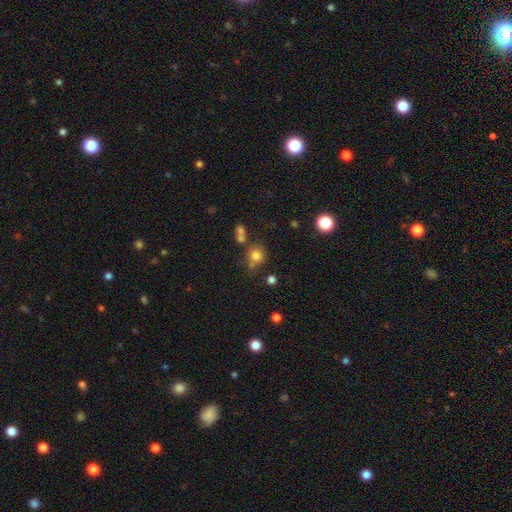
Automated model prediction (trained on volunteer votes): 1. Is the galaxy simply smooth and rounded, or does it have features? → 77% smooth, 15% star or artifact, 9% featured or disk.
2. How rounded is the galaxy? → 85% round, 14% in between, 1% cigar-shaped.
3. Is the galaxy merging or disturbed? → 64% none, 18% merger, 13% minor disturbance, 5% major disturbance.